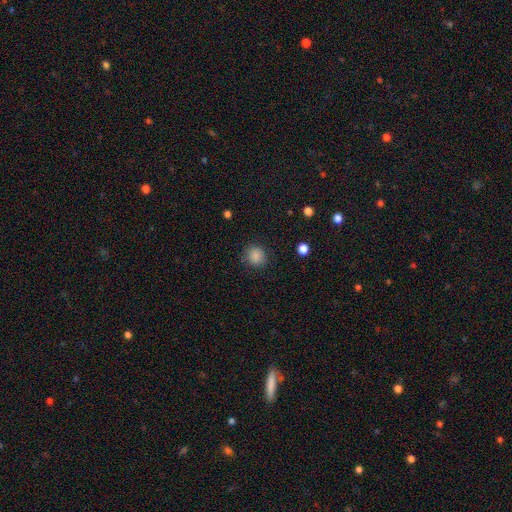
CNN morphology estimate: This is clearly a smooth galaxy (86%). How rounded: clearly round (84%). Merging: clearly none (85%).